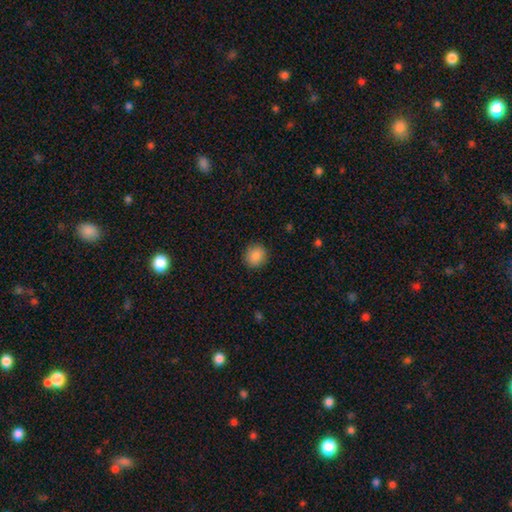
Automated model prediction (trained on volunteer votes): smooth_or_featured: smooth (p=0.88) [alt: star or artifact p=0.09]
how_rounded: round (p=0.84) [alt: in between p=0.15]
merging: none (p=0.90) [alt: minor disturbance p=0.07]